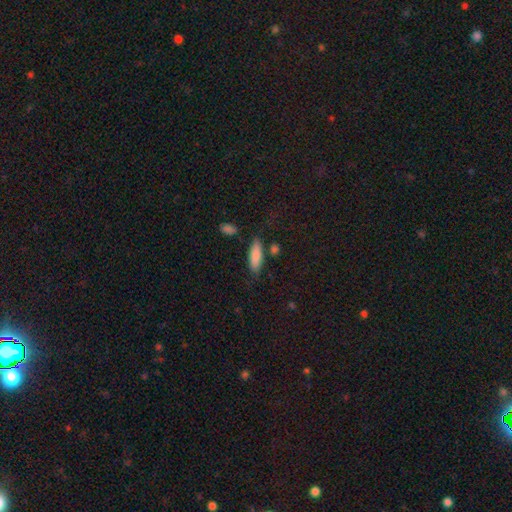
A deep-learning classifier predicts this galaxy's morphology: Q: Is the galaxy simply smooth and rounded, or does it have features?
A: smooth — 85%.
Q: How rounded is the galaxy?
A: in between — 58%.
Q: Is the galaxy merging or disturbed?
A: none — 76%.